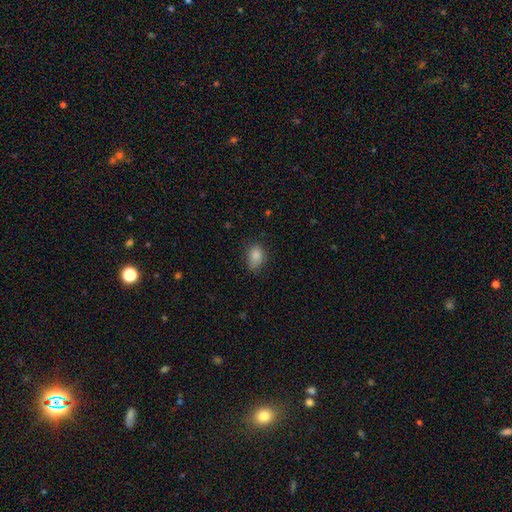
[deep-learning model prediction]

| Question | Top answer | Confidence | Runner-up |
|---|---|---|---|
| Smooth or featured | smooth | 86% | star or artifact (9%) |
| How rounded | in between | 68% | round (31%) |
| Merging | none | 72% | minor disturbance (22%) |